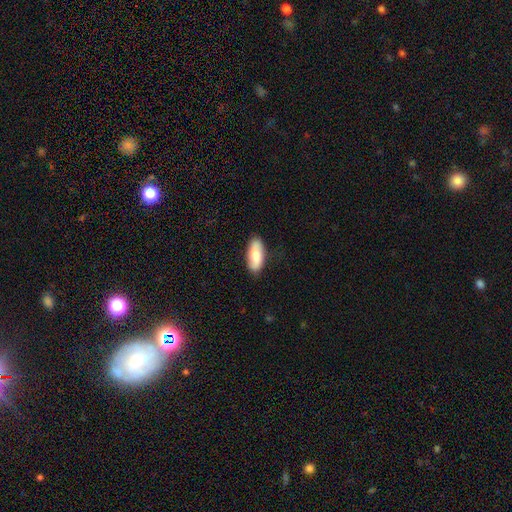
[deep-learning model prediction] A smooth galaxy with no disk features (73%) that is in between round and cigar-shaped (83%). Merging: none (84%).